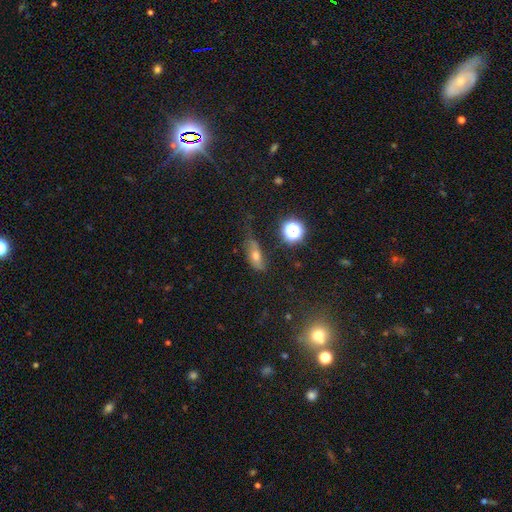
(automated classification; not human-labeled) A smooth galaxy with no disk features (57%) that is in between round and cigar-shaped (66%). Merging: none (50%).